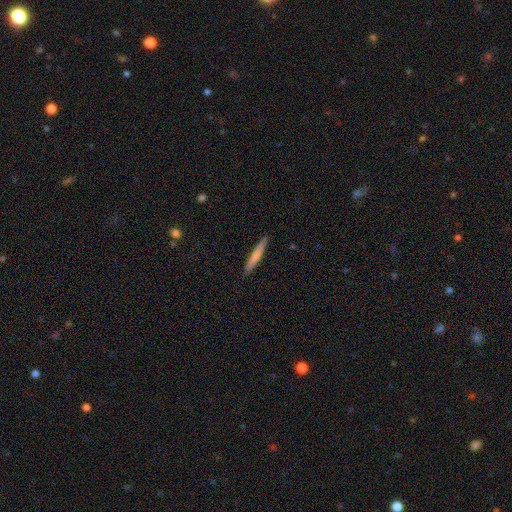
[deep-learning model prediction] Morphology: type=smooth (64%); roundness=cigar-shaped (95%); merging=none (90%).